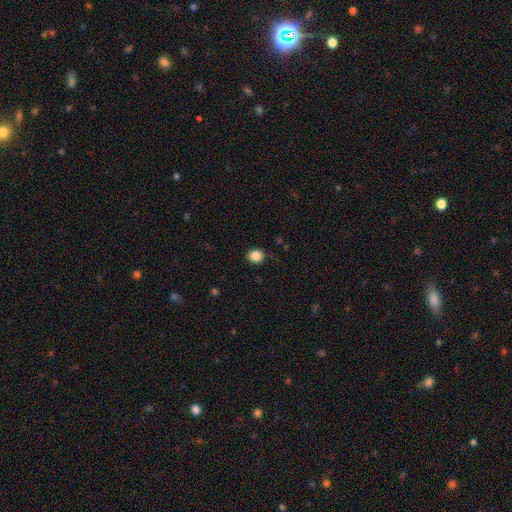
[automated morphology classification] Smooth or featured?
  - smooth: 86% *
  - star or artifact: 10%
  - featured or disk: 5%
How rounded?
  - round: 62% *
  - in between: 37%
  - cigar-shaped: 1%
Merging?
  - none: 88% *
  - minor disturbance: 9%
  - major disturbance: 2%
  - merger: 1%